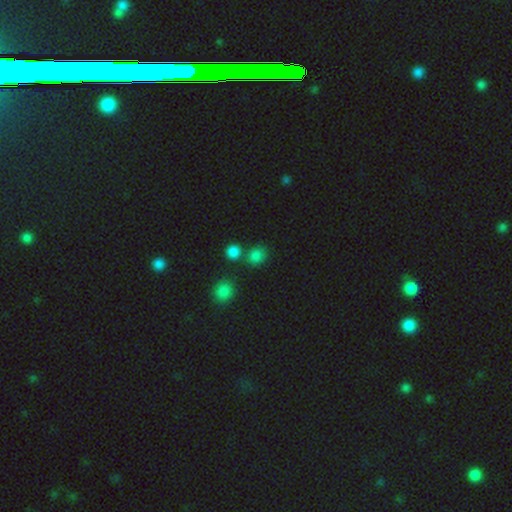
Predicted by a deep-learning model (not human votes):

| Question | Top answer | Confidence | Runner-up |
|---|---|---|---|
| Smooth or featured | smooth | 79% | star or artifact (16%) |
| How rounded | round | 75% | in between (23%) |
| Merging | none | 65% | merger (21%) |